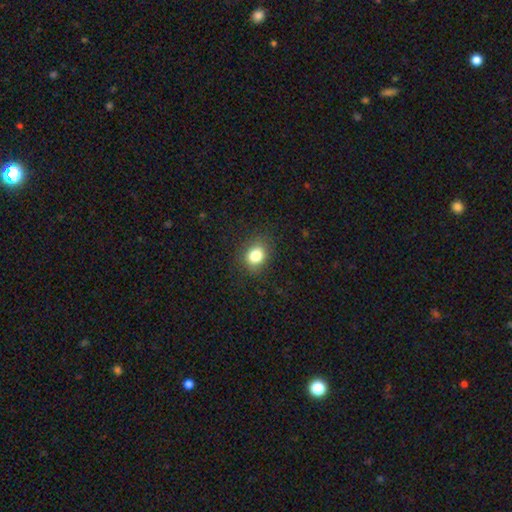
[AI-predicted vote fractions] A smooth galaxy with no disk features (82%) that is round (53%). Merging: none (84%).